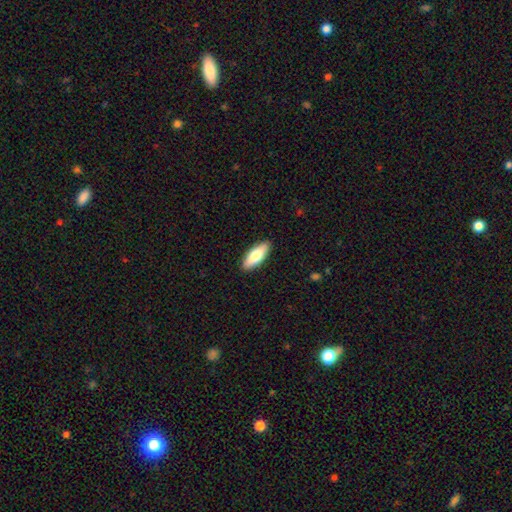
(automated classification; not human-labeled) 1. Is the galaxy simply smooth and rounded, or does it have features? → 76% smooth, 19% featured or disk, 5% star or artifact.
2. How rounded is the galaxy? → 73% in between, 25% cigar-shaped, 2% round.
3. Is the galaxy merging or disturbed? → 90% none, 7% minor disturbance, 2% major disturbance, 1% merger.